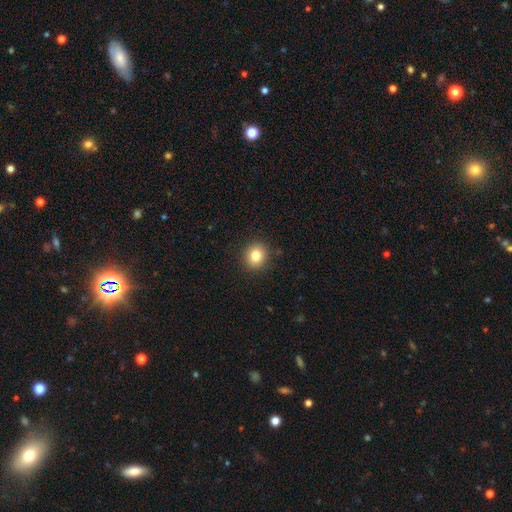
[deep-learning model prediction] This is clearly a smooth galaxy (82%). How rounded: clearly round (86%). Merging: clearly none (90%).